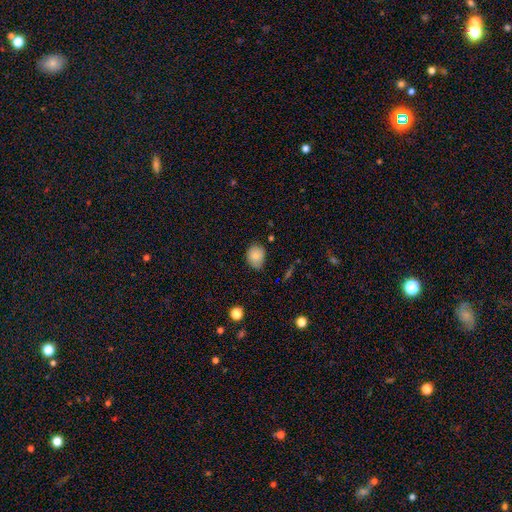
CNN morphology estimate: smooth-or-featured: smooth: 83% | star or artifact: 9% | featured or disk: 8%
  how-rounded: in between: 51% | round: 48% | cigar-shaped: 1%
  merging: none: 67% | minor disturbance: 26% | major disturbance: 4% | merger: 2%